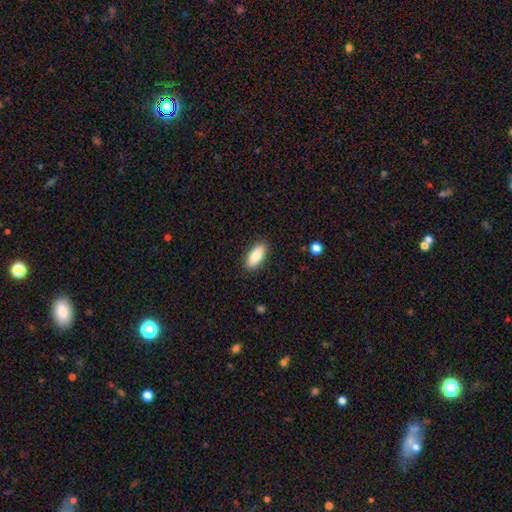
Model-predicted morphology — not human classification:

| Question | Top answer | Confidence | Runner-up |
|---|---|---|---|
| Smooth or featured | smooth | 83% | featured or disk (10%) |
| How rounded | in between | 85% | cigar-shaped (13%) |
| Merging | none | 89% | minor disturbance (8%) |